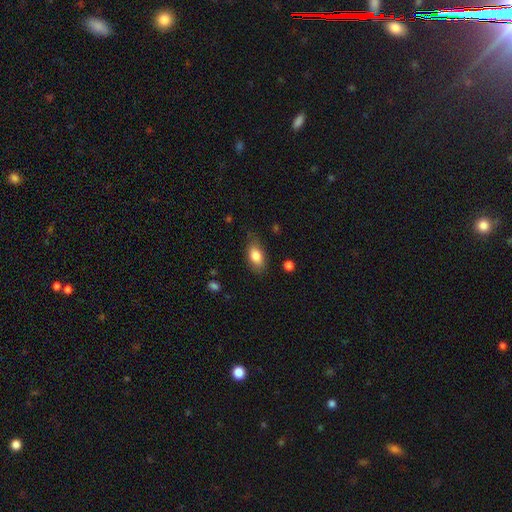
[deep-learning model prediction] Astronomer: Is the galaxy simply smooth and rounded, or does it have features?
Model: smooth — 82%.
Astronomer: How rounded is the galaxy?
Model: in between — 89%.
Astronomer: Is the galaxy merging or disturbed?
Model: none — 76%.